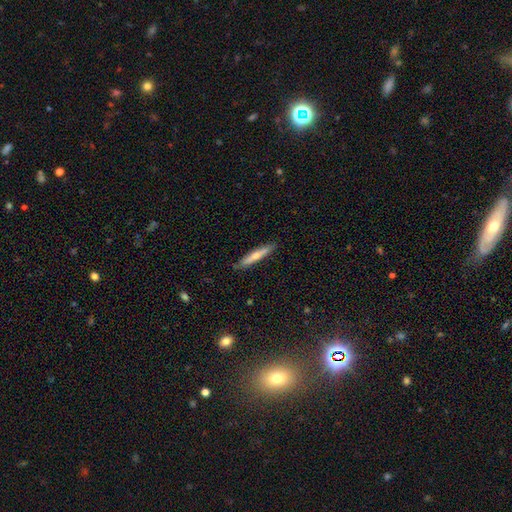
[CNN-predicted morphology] smooth_or_featured: smooth (p=0.55) [alt: featured or disk p=0.40]
how_rounded: cigar-shaped (p=0.92) [alt: in between p=0.07]
merging: none (p=0.87) [alt: minor disturbance p=0.10]